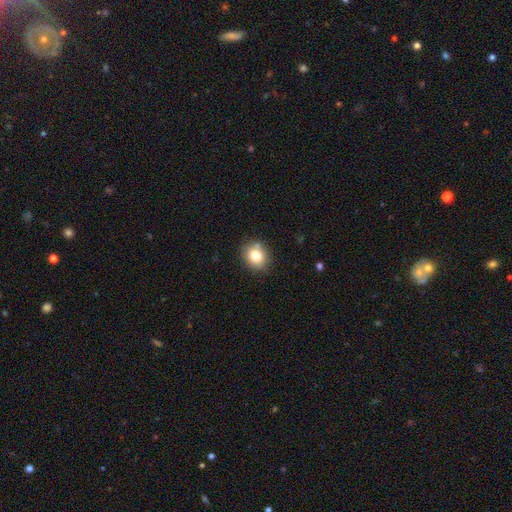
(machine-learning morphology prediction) Smooth or featured? smooth (80%)
How rounded? round (65%)
Merging? none (80%)